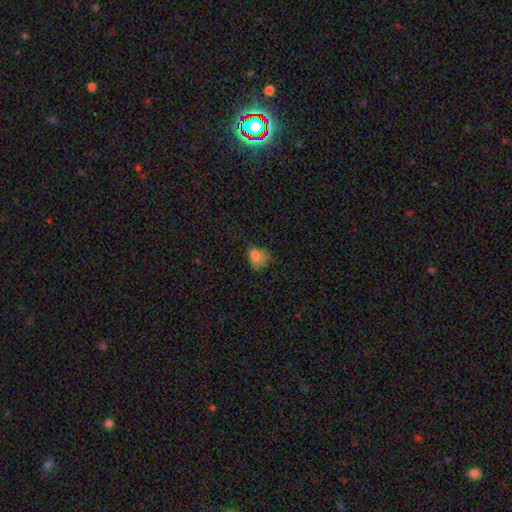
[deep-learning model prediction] smooth 74%, star or artifact 13%, featured or disk 13%. Down the decision tree: how rounded — in between (61%); merging — minor disturbance (33%, tied with none).